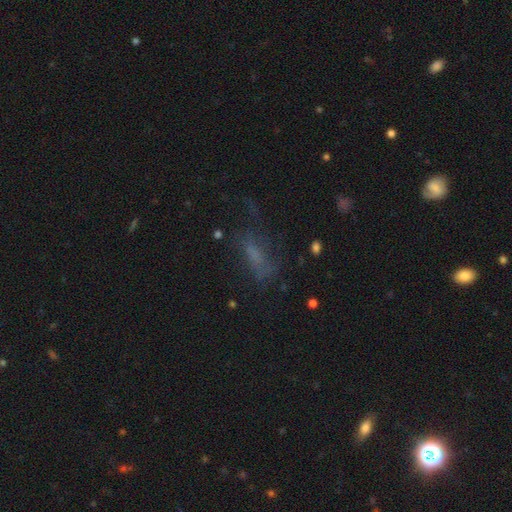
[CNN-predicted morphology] Smooth or featured? Predicted: smooth (p=0.46). Merging? Predicted: none (p=0.50).